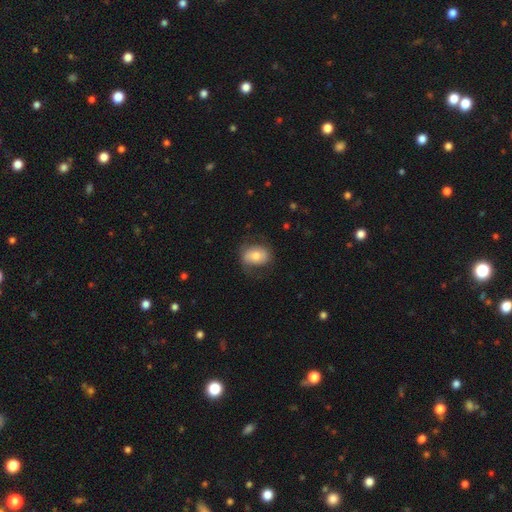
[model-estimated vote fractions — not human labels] This appears to be a smooth galaxy with no disk features (63%) that is in between round and cigar-shaped (61%). Merging: none (64%).